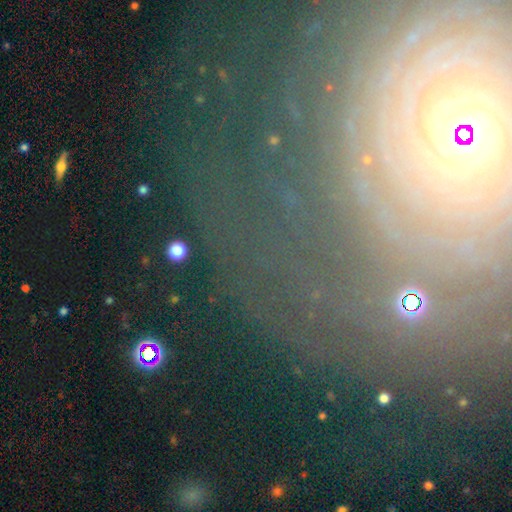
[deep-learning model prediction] Overall: featured or disk (60%; star or artifact 25%). Edge-on disk: no (89%). Bar: no (62%). Spiral arms: yes (80%). Bulge size: small (46%; moderate 36%). Merging: none (74%).